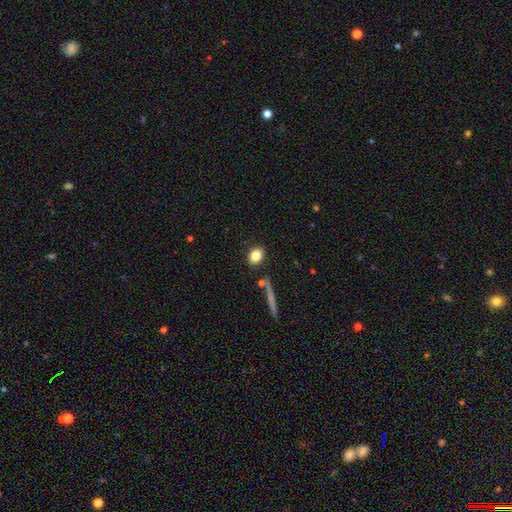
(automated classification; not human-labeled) Q: Smooth or featured?
A: smooth (82%); runner-up: star or artifact (9%)
Q: How rounded?
A: in between (52%); runner-up: round (45%)
Q: Merging?
A: none (84%); runner-up: minor disturbance (9%)